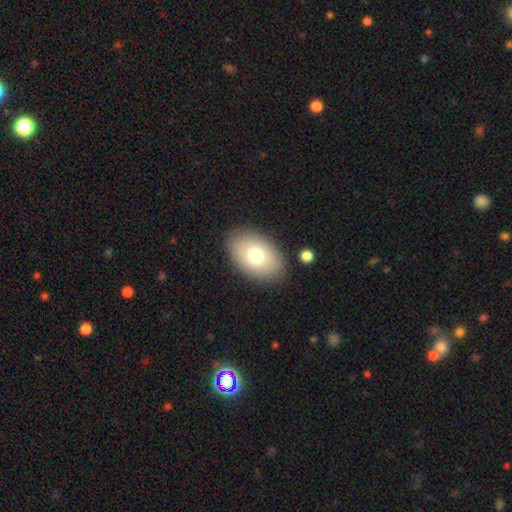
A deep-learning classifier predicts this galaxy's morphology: This appears to be a smooth galaxy with no disk features (74%) that is in between round and cigar-shaped (88%). Merging: none (86%).